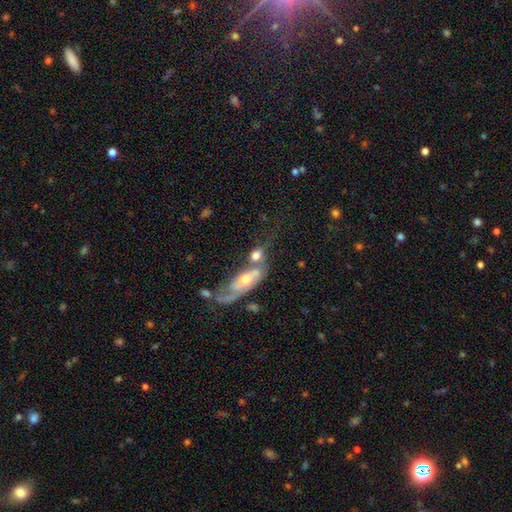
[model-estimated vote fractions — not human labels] Smooth or featured? Predicted: smooth (p=0.52). How rounded? Predicted: in between (p=0.62). Merging? Predicted: merger (p=0.59).